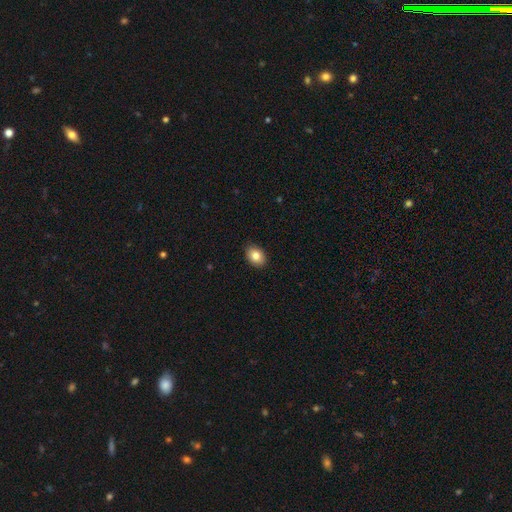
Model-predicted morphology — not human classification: smooth 84%, star or artifact 8%, featured or disk 8%. Down the decision tree: how rounded — in between (73%); merging — none (89%).